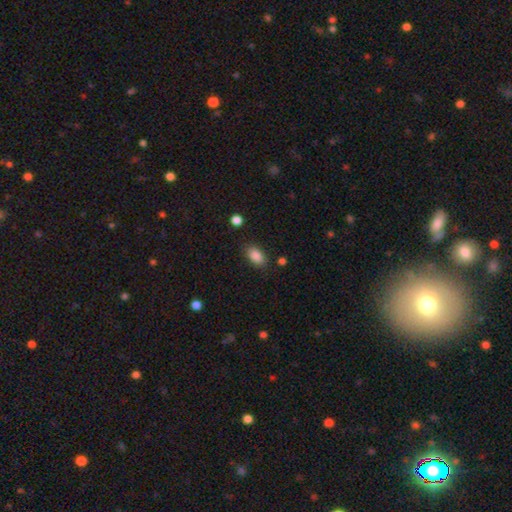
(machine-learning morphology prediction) This is clearly a smooth galaxy (87%). How rounded: clearly in between (89%). Merging: clearly none (84%).